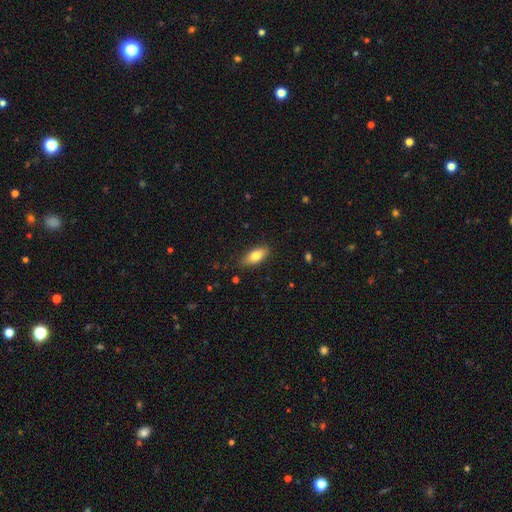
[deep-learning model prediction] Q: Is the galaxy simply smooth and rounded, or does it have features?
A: smooth — 80%.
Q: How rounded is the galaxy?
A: in between — 84%.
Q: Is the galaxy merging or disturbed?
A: none — 83%.